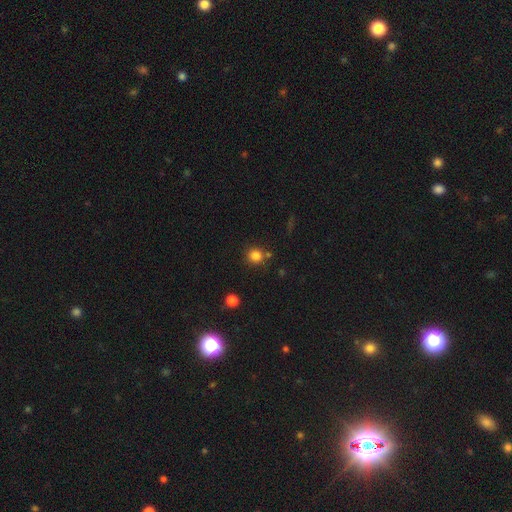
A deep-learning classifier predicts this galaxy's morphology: Smooth or featured: smooth — 83% (star or artifact — 12%)
How rounded: round — 91% (in between — 8%)
Merging: none — 78% (minor disturbance — 10%)